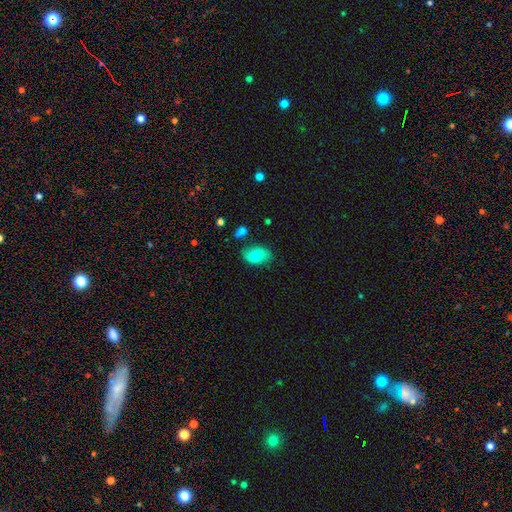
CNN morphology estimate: smooth-or-featured: smooth: 78% | featured or disk: 14% | star or artifact: 7%
  how-rounded: in between: 89% | round: 9% | cigar-shaped: 2%
  merging: none: 71% | minor disturbance: 20% | major disturbance: 5% | merger: 4%